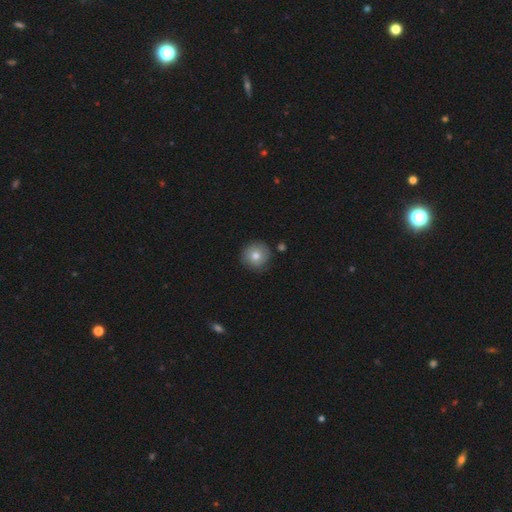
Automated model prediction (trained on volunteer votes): Smooth or featured: smooth — 75% (featured or disk — 16%)
How rounded: round — 94% (in between — 6%)
Merging: none — 85% (minor disturbance — 11%)